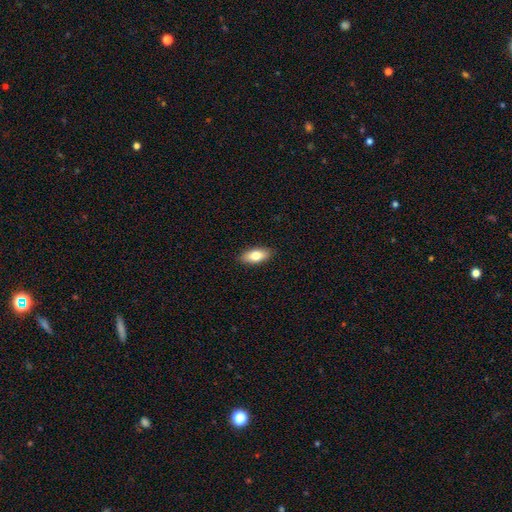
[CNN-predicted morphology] smooth 76%, featured or disk 17%, star or artifact 7%. Down the decision tree: how rounded — in between (84%); merging — none (89%).